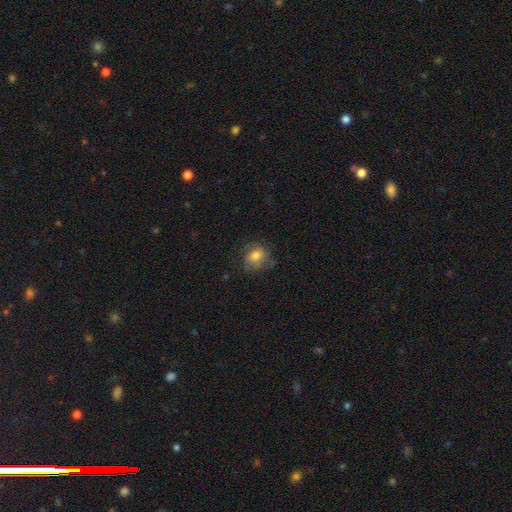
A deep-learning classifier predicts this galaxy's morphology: Overall: smooth (70%). How rounded: round (70%). Merging: none (66%).